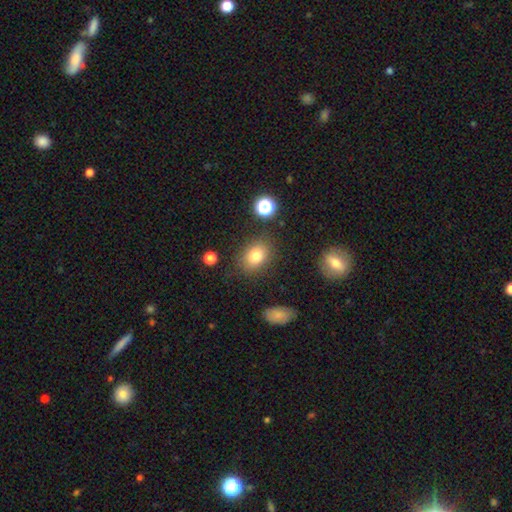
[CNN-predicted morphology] smooth 79%, star or artifact 12%, featured or disk 9%. Down the decision tree: how rounded — in between (63%); merging — none (82%).